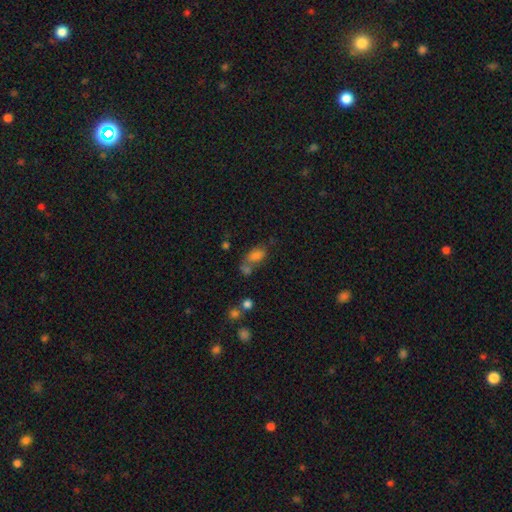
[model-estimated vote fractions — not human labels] smooth 76%, star or artifact 13%, featured or disk 11%. Down the decision tree: how rounded — in between (88%); merging — none (39%).